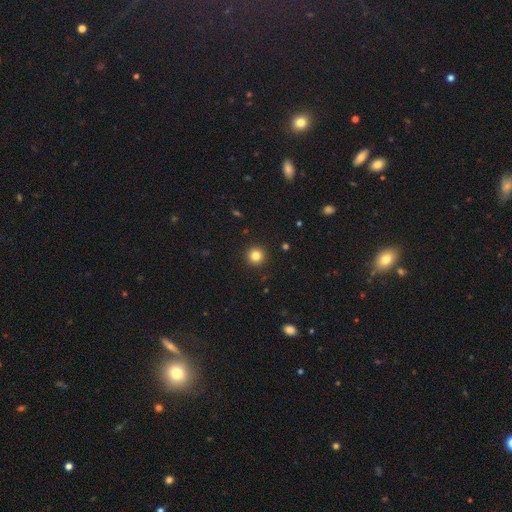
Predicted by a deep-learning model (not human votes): Smooth or featured? smooth (82%)
How rounded? round (96%)
Merging? none (93%)